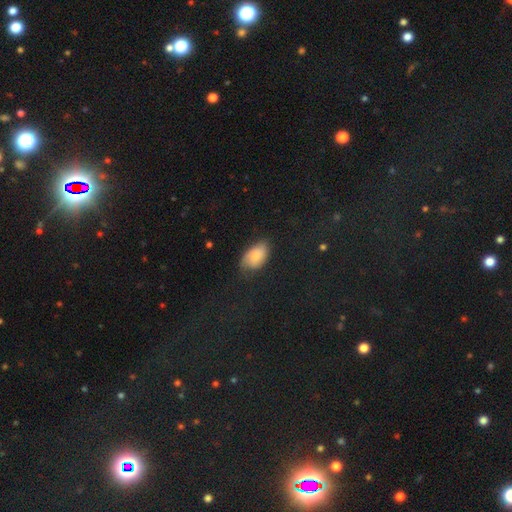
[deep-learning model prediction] Smooth or featured?
  - smooth: 71% *
  - featured or disk: 19%
  - star or artifact: 10%
How rounded?
  - in between: 91% *
  - round: 7%
  - cigar-shaped: 2%
Merging?
  - none: 58% *
  - minor disturbance: 30%
  - major disturbance: 11%
  - merger: 2%